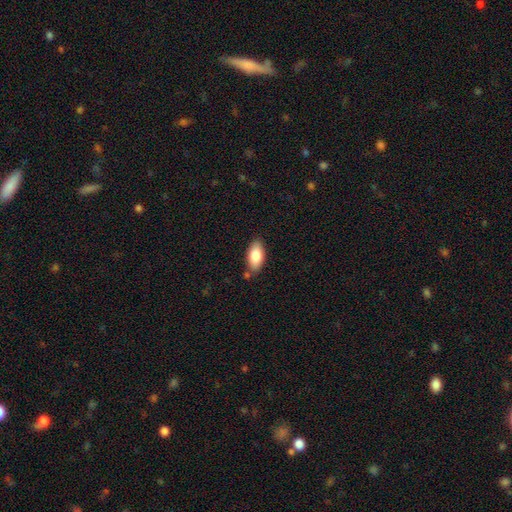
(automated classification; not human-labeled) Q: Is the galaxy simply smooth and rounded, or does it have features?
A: smooth — 82%.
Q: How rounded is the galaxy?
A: in between — 91%.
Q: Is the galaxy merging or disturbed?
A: none — 79%.